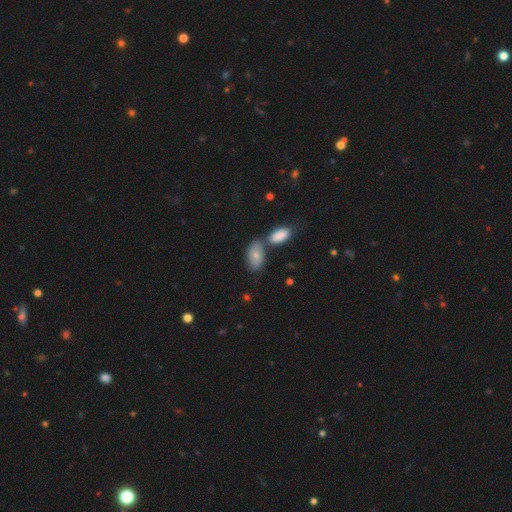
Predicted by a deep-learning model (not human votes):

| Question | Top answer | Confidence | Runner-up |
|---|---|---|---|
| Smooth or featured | smooth | 78% | featured or disk (15%) |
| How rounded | in between | 92% | round (5%) |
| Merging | none | 48% | merger (33%) |